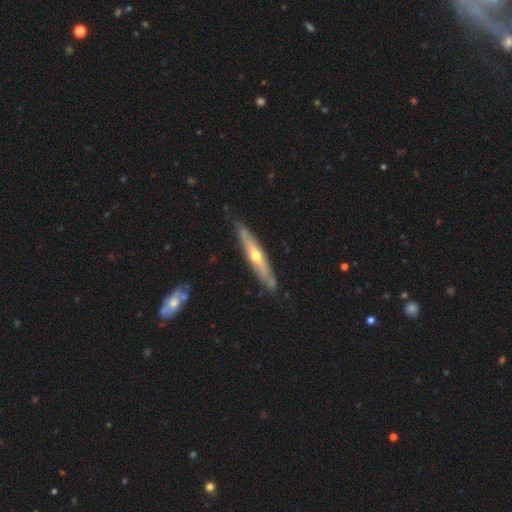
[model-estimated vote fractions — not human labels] Q: Smooth or featured?
A: featured or disk (64%); runner-up: smooth (31%)
Q: Edge-on disk?
A: yes (85%); runner-up: no (15%)
Q: Edge-on bulge?
A: rounded (84%); runner-up: none (14%)
Q: Merging?
A: none (81%); runner-up: minor disturbance (14%)